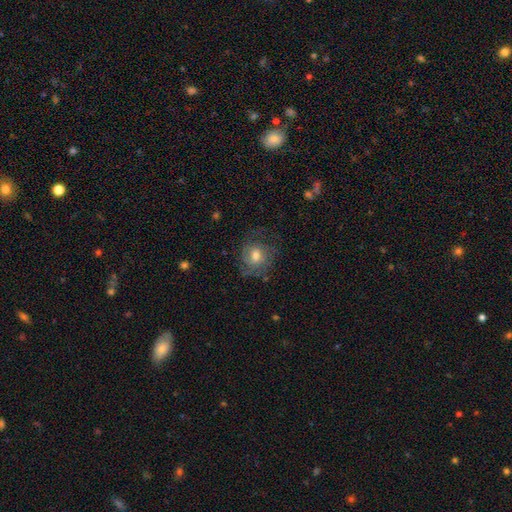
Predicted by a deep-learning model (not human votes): smooth_or_featured: smooth (p=0.45) [alt: featured or disk p=0.44]
merging: none (p=0.62) [alt: minor disturbance p=0.21]